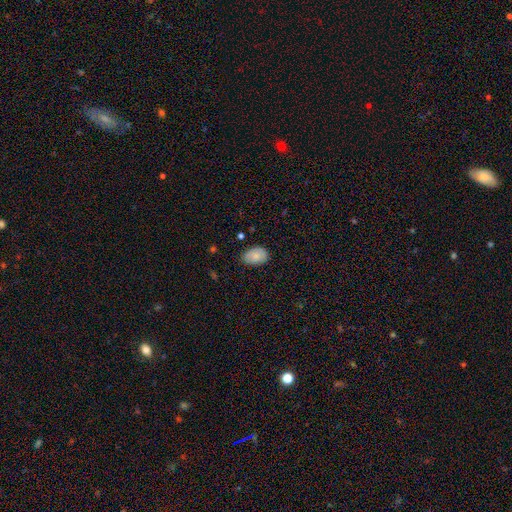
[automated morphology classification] A smooth galaxy with no disk features (82%) that is in between round and cigar-shaped (87%).

Vote fractions:
- Smooth or featured? smooth: 82% / featured or disk: 10% / star or artifact: 7%
- How rounded? in between: 87% / round: 12% / cigar-shaped: 1%
- Merging? none: 78% / minor disturbance: 18% / major disturbance: 3% / merger: 1%